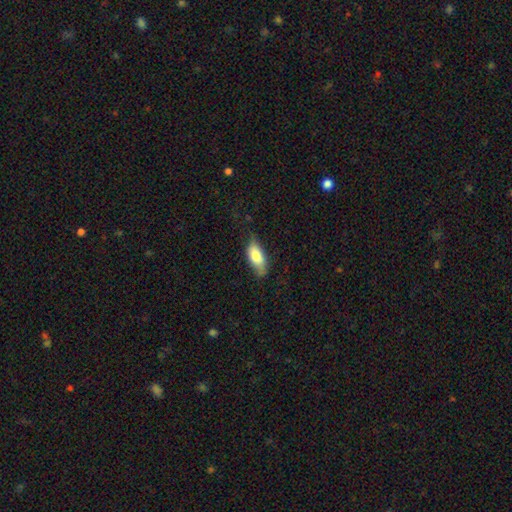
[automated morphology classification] A smooth galaxy with no disk features (78%) that is in between round and cigar-shaped (85%).

Vote fractions:
- Smooth or featured? smooth: 78% / featured or disk: 16% / star or artifact: 6%
- How rounded? in between: 85% / cigar-shaped: 12% / round: 3%
- Merging? none: 60% / minor disturbance: 30% / major disturbance: 8% / merger: 2%